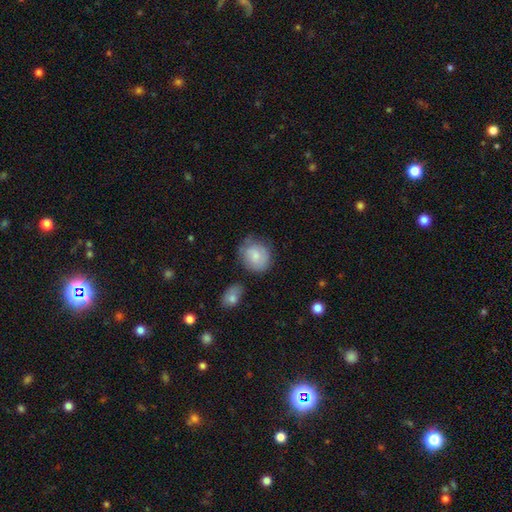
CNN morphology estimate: Smooth or featured: smooth — 75% (featured or disk — 18%)
How rounded: round — 71% (in between — 28%)
Merging: none — 64% (minor disturbance — 23%)